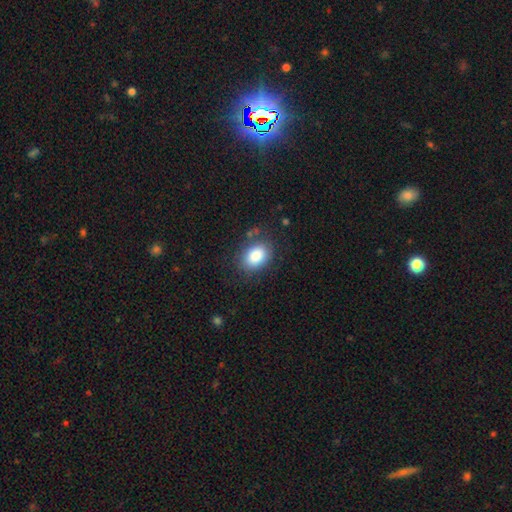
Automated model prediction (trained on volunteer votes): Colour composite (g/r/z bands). It shows a smooth galaxy with no disk features (86%) that is in between round and cigar-shaped (80%). Merging: none (80%).